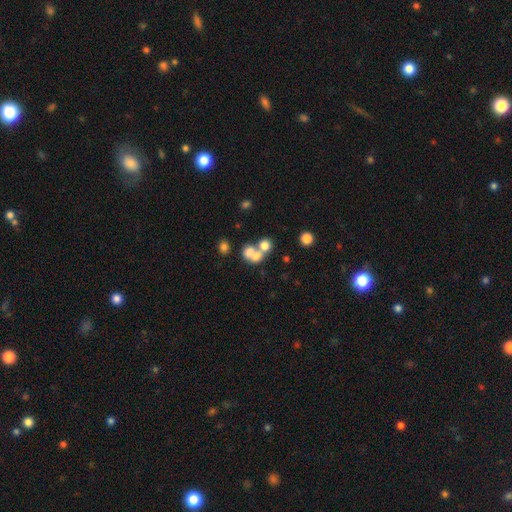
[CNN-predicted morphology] smooth_or_featured: smooth (p=0.60) [alt: featured or disk p=0.26]
how_rounded: round (p=0.60) [alt: in between p=0.38]
merging: merger (p=0.60) [alt: none p=0.25]